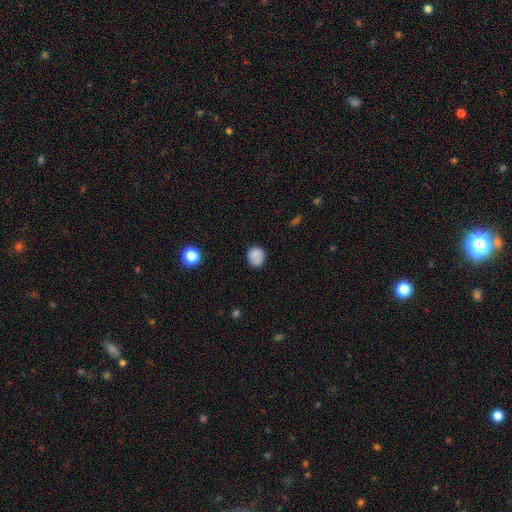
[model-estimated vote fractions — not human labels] A smooth galaxy with no disk features (82%) that is round (81%).

Vote fractions:
- Smooth or featured? smooth: 82% / star or artifact: 10% / featured or disk: 8%
- How rounded? round: 81% / in between: 18% / cigar-shaped: 1%
- Merging? none: 77% / minor disturbance: 17% / major disturbance: 4% / merger: 2%